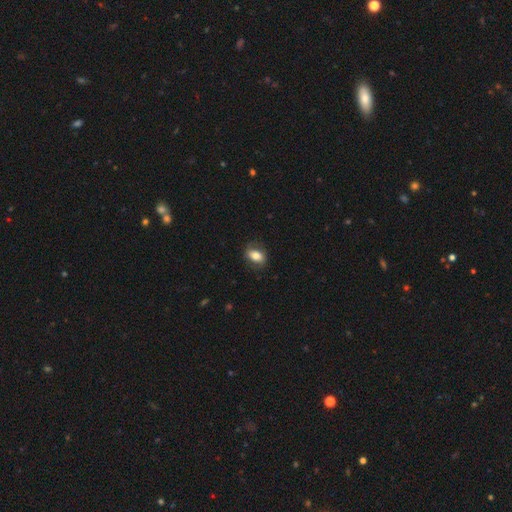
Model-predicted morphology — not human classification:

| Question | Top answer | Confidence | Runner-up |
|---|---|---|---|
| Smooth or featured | smooth | 73% | featured or disk (20%) |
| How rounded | in between | 80% | round (17%) |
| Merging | none | 78% | minor disturbance (16%) |